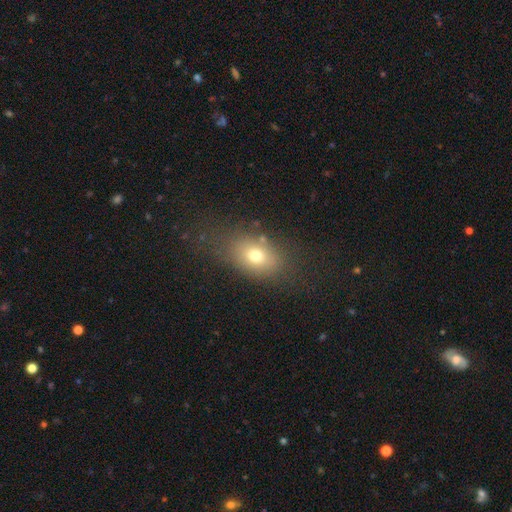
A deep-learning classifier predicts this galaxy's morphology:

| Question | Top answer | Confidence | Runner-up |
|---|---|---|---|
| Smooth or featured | smooth | 71% | featured or disk (16%) |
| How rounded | in between | 76% | round (22%) |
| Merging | none | 70% | minor disturbance (16%) |